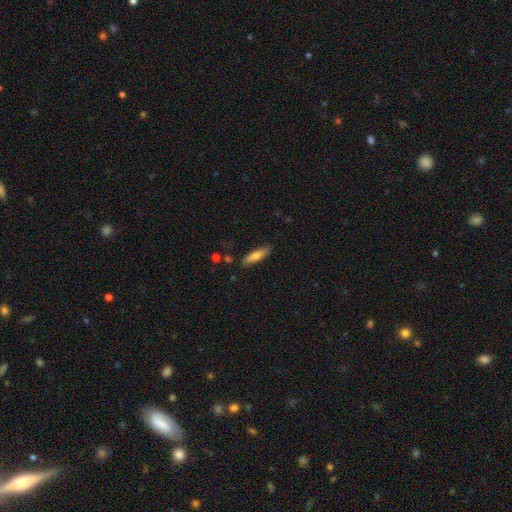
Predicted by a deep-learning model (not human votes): A smooth galaxy with no disk features (63%) that is cigar-shaped (75%).

Vote fractions:
- Smooth or featured? smooth: 63% / featured or disk: 31% / star or artifact: 6%
- How rounded? cigar-shaped: 75% / in between: 23% / round: 2%
- Merging? none: 82% / minor disturbance: 14% / major disturbance: 2% / merger: 2%